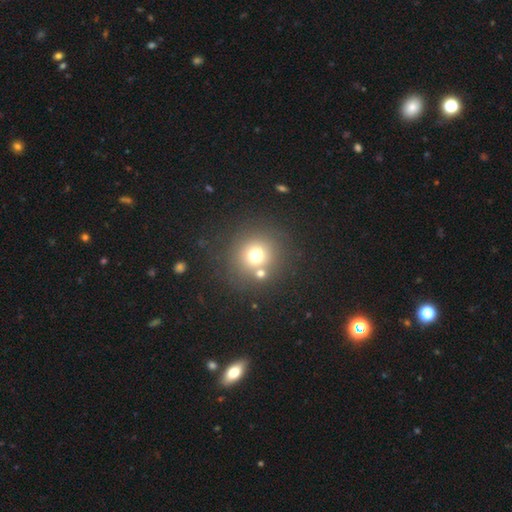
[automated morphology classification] Smooth or featured: smooth — 69% (star or artifact — 18%)
How rounded: round — 92% (in between — 7%)
Merging: none — 72% (merger — 15%)